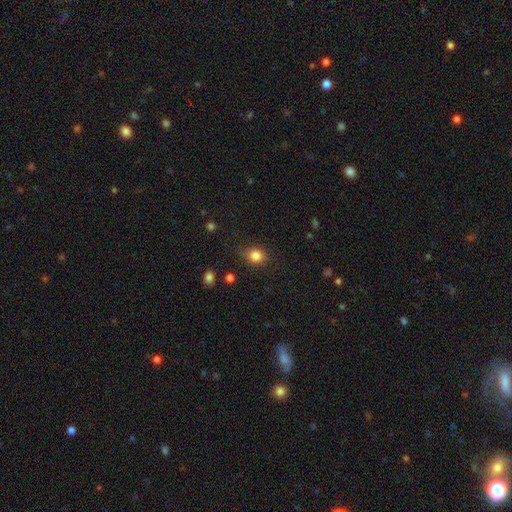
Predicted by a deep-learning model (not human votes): smooth_or_featured: smooth (p=0.84) [alt: star or artifact p=0.11]
how_rounded: round (p=0.66) [alt: in between p=0.33]
merging: none (p=0.79) [alt: minor disturbance p=0.15]